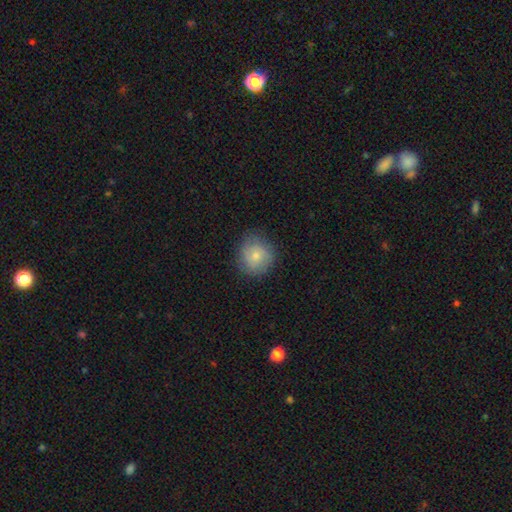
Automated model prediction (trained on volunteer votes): A smooth galaxy with no disk features (67%) that is round (89%). Merging: none (78%).